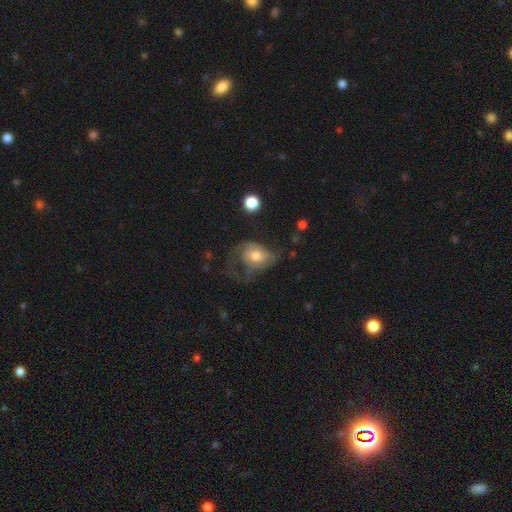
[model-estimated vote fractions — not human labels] A featured or disk galaxy (49%). Merging: major disturbance (48%).